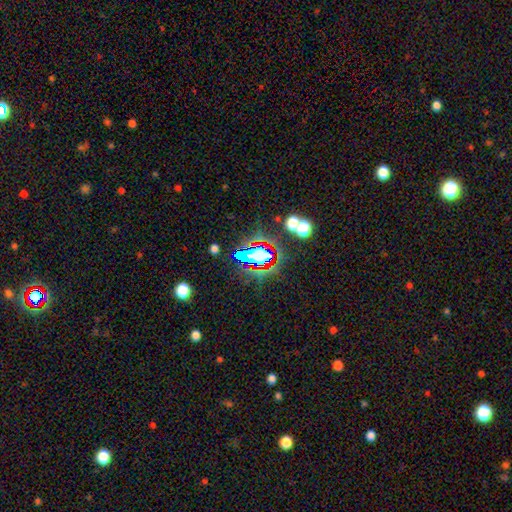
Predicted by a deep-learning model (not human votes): Smooth or featured: star or artifact — 55% (smooth — 28%)